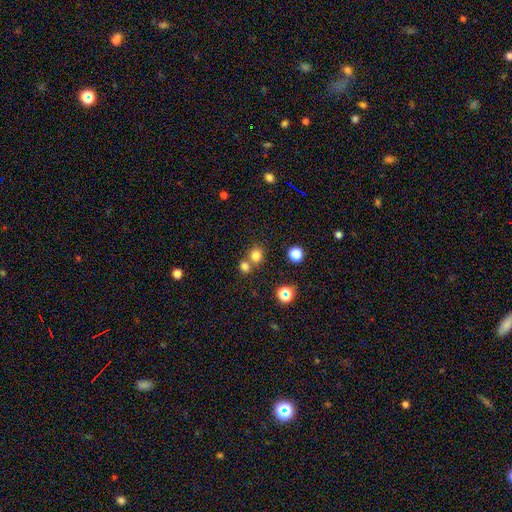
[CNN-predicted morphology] smooth_or_featured: smooth (p=0.77) [alt: star or artifact p=0.17]
how_rounded: round (p=0.77) [alt: in between p=0.22]
merging: none (p=0.56) [alt: merger p=0.34]